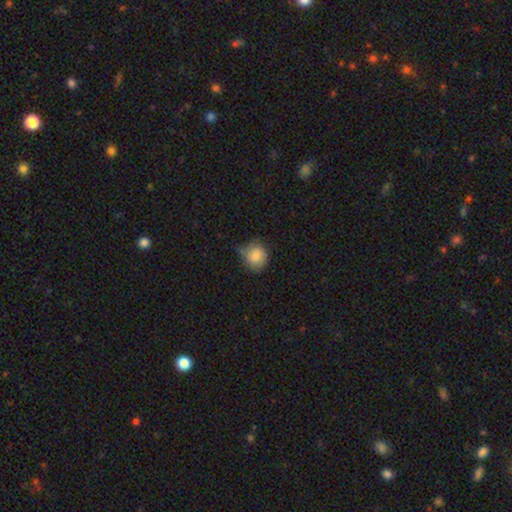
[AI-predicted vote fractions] Q: Smooth or featured?
A: smooth (84%); runner-up: star or artifact (8%)
Q: How rounded?
A: round (86%); runner-up: in between (13%)
Q: Merging?
A: none (58%); runner-up: minor disturbance (33%)